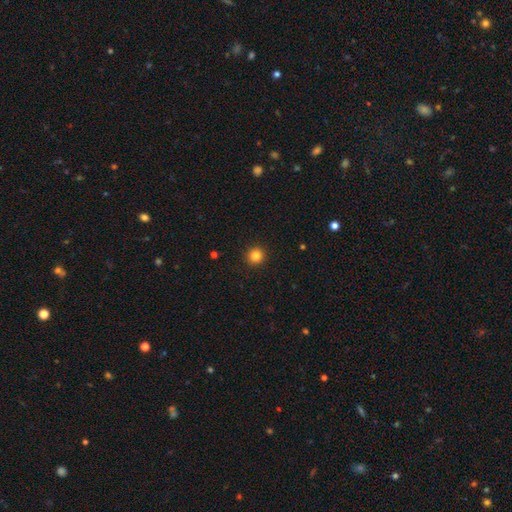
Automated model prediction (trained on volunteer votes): Smooth or featured? Predicted: smooth (p=0.83). How rounded? Predicted: round (p=0.94). Merging? Predicted: none (p=0.93).